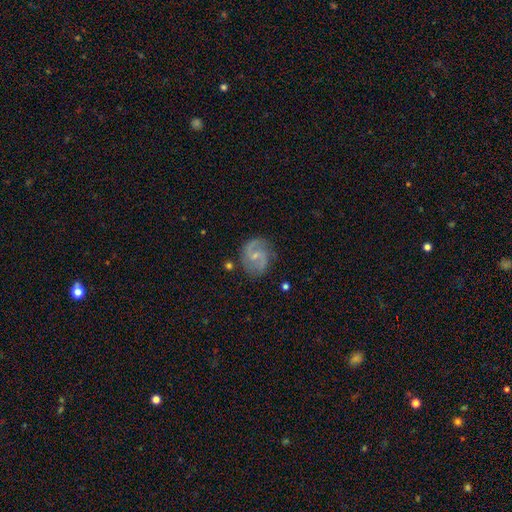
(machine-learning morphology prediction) Overall: featured or disk (84%). Edge-on disk: no (98%). Bar: weak (48%; no 43%). Spiral arms: yes (96%). Spiral arm count: 2 (90%). Spiral winding: medium (55%; loose 25%). Bulge size: small (67%). Merging: none (79%).